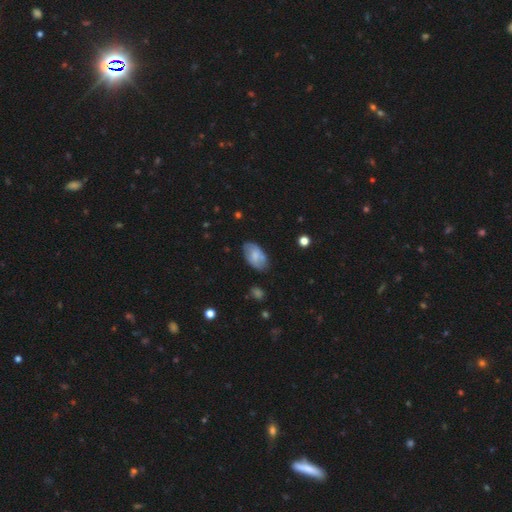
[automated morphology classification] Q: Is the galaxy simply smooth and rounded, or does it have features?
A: smooth — 62%.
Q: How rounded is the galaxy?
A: in between — 94%.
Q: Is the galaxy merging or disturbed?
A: none — 73%.